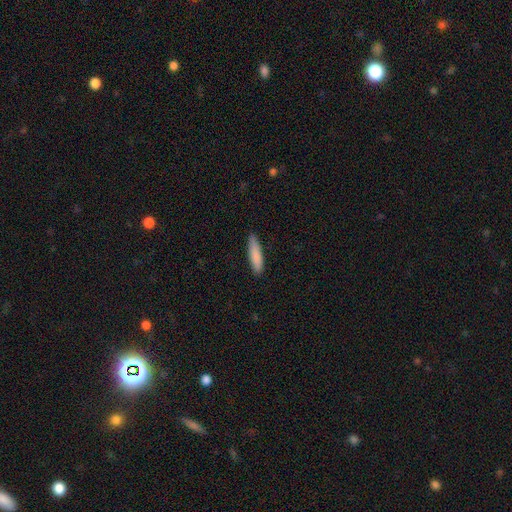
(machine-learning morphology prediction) Overall: smooth (87%). How rounded: cigar-shaped (77%). Merging: none (86%).